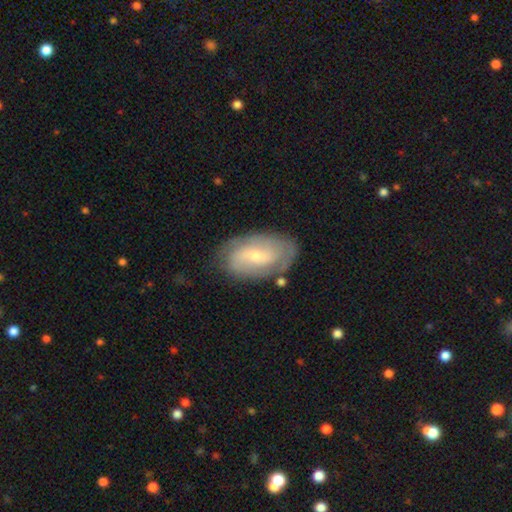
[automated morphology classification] smooth-or-featured: featured or disk: 63% | smooth: 30% | star or artifact: 7%
  disk-edge-on: no: 94% | yes: 6%
    bar: weak: 49% | no: 35% | strong: 16%
    has-spiral-arms: yes: 83% | no: 17%
    bulge-size: small: 60% | moderate: 34% | none: 3% | large: 2% | dominant: 1%
  merging: none: 72% | minor disturbance: 19% | major disturbance: 6% | merger: 3%